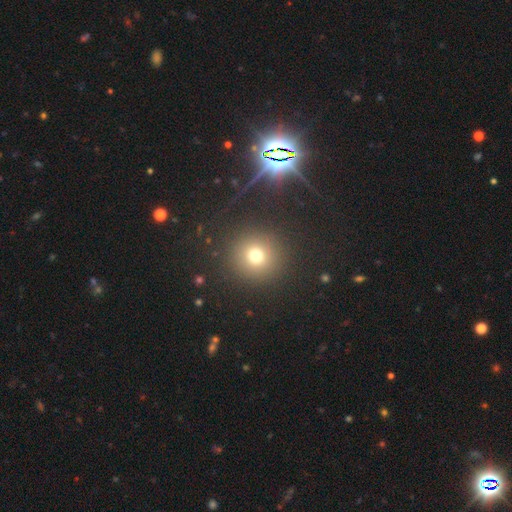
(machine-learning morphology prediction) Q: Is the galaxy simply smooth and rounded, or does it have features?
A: smooth — 72%.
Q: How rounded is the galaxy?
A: round — 93%.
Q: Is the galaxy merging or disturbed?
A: none — 89%.